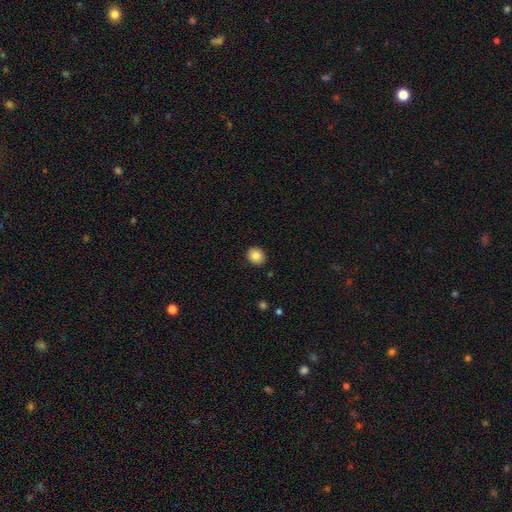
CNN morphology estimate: Smooth or featured?
  - smooth: 85% *
  - star or artifact: 9%
  - featured or disk: 6%
How rounded?
  - round: 74% *
  - in between: 25%
  - cigar-shaped: 1%
Merging?
  - none: 90% *
  - minor disturbance: 7%
  - major disturbance: 2%
  - merger: 1%